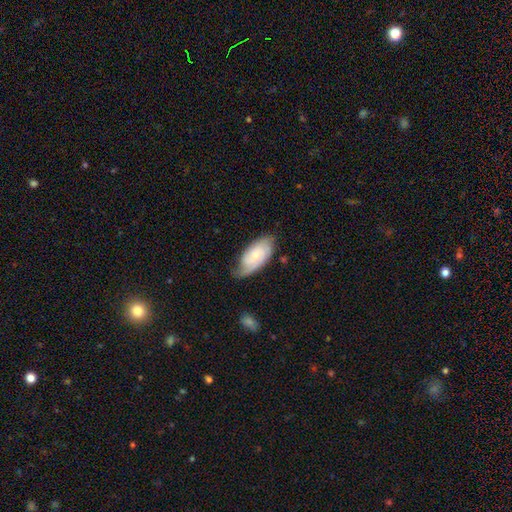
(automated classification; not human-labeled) smooth_or_featured: featured or disk (p=0.61) [alt: smooth p=0.33]
disk_edge_on: no (p=0.93) [alt: yes p=0.07]
bar: no (p=0.72) [alt: weak p=0.24]
has_spiral_arms: yes (p=0.89) [alt: no p=0.11]
spiral_winding: tight (p=0.53) [alt: medium p=0.33]
spiral_arm_count: 2 (p=0.43) [alt: can't tell p=0.29]
bulge_size: small (p=0.63) [alt: moderate p=0.30]
merging: none (p=0.62) [alt: minor disturbance p=0.28]